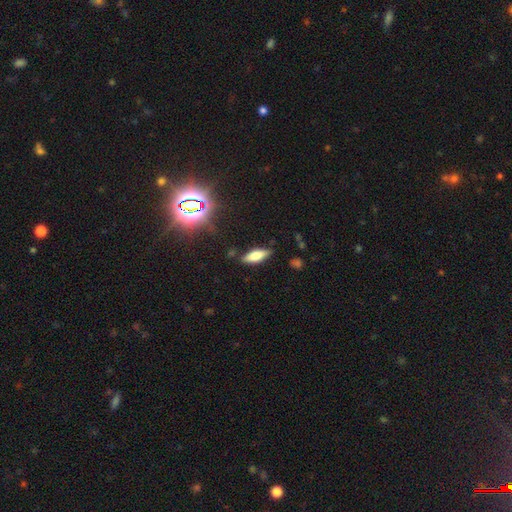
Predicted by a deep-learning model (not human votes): Smooth or featured: smooth — 65% (featured or disk — 24%)
How rounded: in between — 59% (cigar-shaped — 39%)
Merging: none — 82% (minor disturbance — 13%)